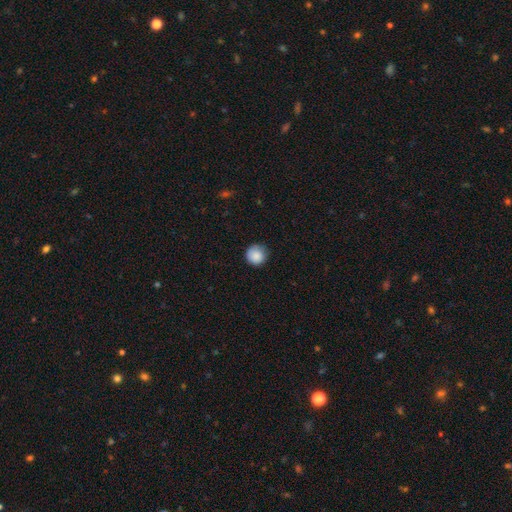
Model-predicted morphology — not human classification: Overall: smooth (87%). How rounded: round (94%). Merging: none (78%).